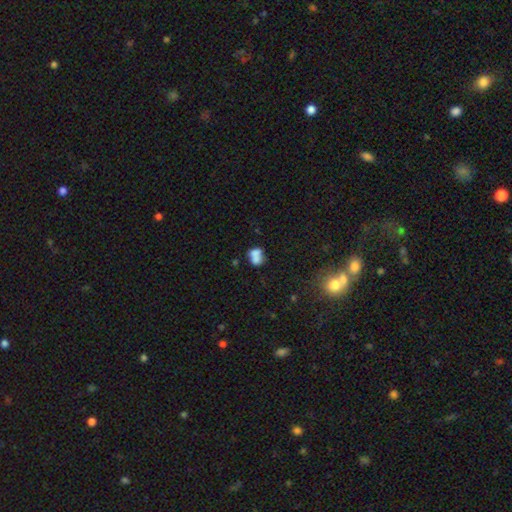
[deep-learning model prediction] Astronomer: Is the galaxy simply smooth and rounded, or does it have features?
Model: smooth — 68%.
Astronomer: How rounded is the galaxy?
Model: in between — 52% (runner-up: round, 47%).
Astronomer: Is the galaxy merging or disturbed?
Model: merger — 61%.